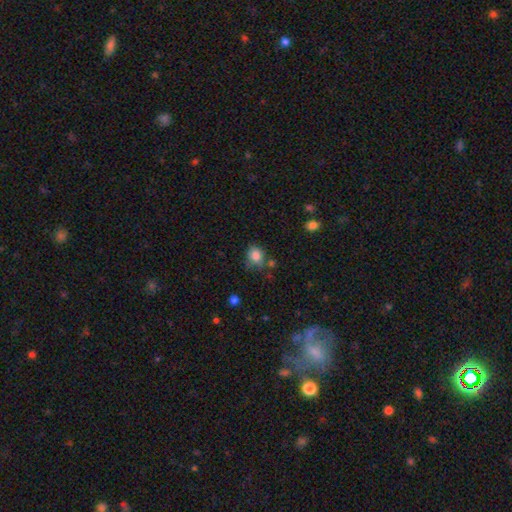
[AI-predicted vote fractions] Smooth or featured? smooth (83%)
How rounded? round (59%)
Merging? none (61%)